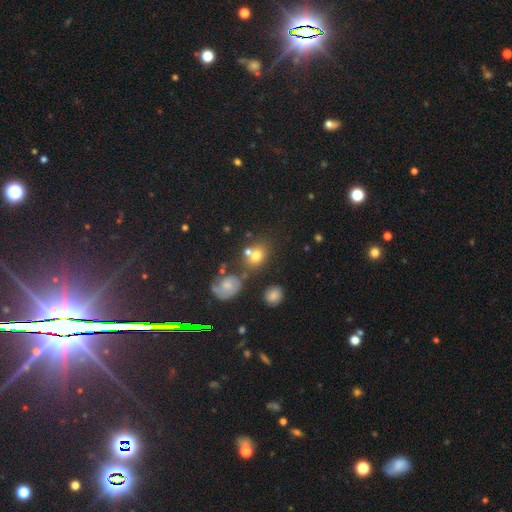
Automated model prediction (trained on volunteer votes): This is likely a smooth galaxy (70%). How rounded: possibly round (56%). Merging: possibly none (49%).